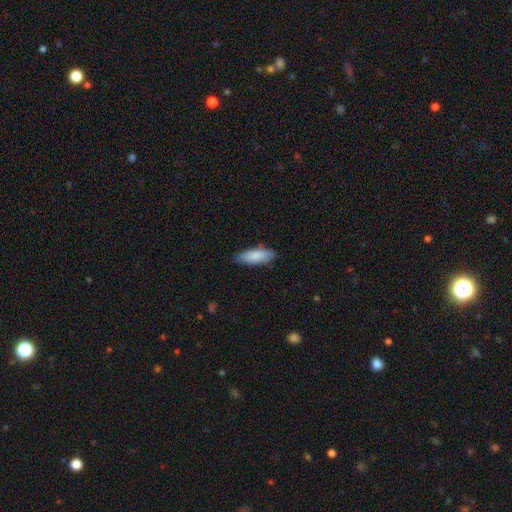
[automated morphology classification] A smooth galaxy with no disk features (87%) that is in between round and cigar-shaped (63%). Merging: none (81%).